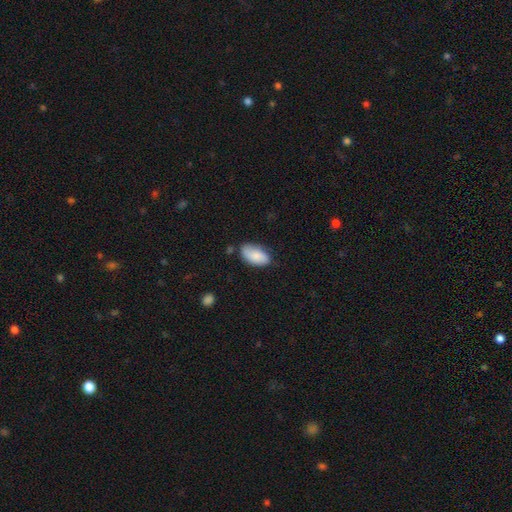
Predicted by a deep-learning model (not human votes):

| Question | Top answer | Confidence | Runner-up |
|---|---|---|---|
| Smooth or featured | smooth | 81% | featured or disk (13%) |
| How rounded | in between | 95% | round (3%) |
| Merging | none | 69% | minor disturbance (24%) |